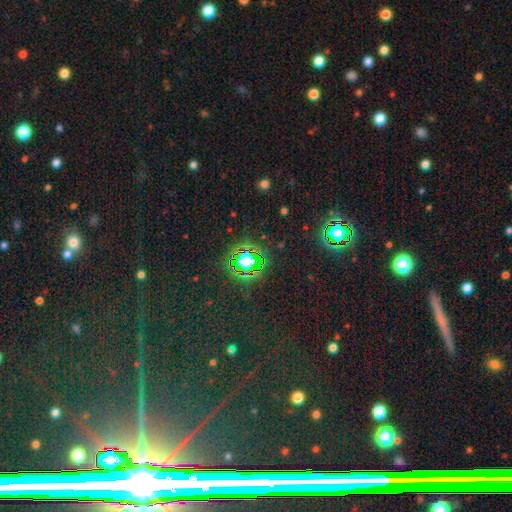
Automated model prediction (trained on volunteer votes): Smooth or featured? star or artifact (82%)